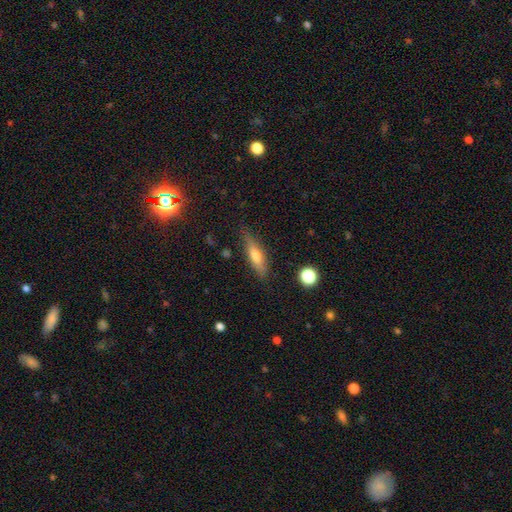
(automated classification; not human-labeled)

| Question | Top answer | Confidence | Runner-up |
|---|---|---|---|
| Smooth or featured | smooth | 55% | featured or disk (37%) |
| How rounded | cigar-shaped | 65% | in between (32%) |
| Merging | none | 81% | minor disturbance (14%) |